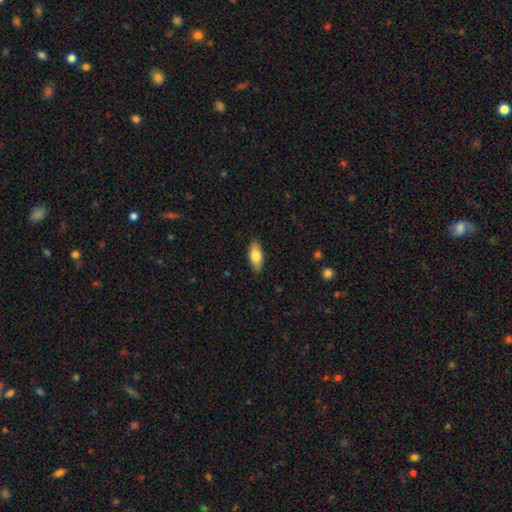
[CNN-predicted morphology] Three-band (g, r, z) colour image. It shows a smooth galaxy with no disk features (75%) that is in between round and cigar-shaped (85%). Merging: none (87%).